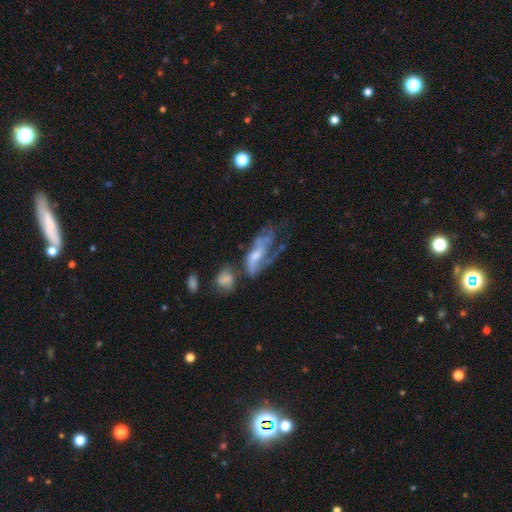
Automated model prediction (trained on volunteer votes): Smooth or featured?
  - featured or disk: 67% *
  - smooth: 23%
  - star or artifact: 9%
Edge-on disk?
  - no: 87% *
  - yes: 13%
Bar?
  - no: 56% *
  - weak: 33%
  - strong: 11%
Spiral arms?
  - yes: 71% *
  - no: 29%
Bulge size?
  - moderate: 42% *
  - small: 37%
  - none: 14%
  - large: 7%
  - dominant: 2%
Merging?
  - major disturbance: 32% *
  - none: 30%
  - minor disturbance: 19%
  - merger: 19%